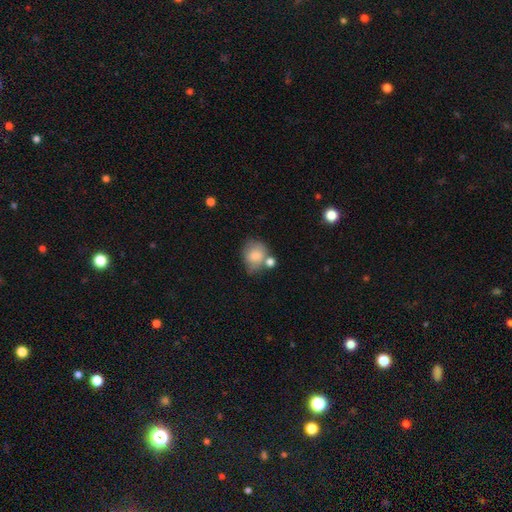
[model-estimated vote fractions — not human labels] The model was most divided on "merging": none: 46%, merger: 26%, minor disturbance: 21%, major disturbance: 8%. More confident: smooth or featured — smooth (79%); how rounded — round (66%).